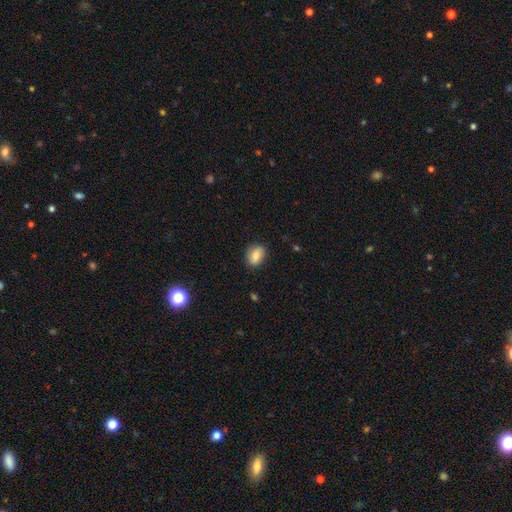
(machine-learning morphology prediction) Smooth or featured? Predicted: smooth (p=0.78). How rounded? Predicted: in between (p=0.72). Merging? Predicted: none (p=0.80).